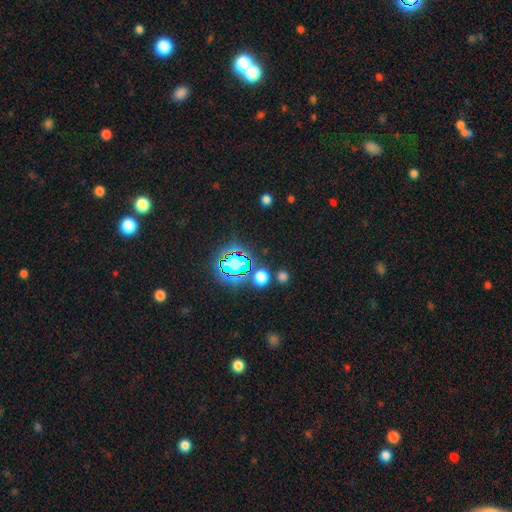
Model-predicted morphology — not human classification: Smooth or featured?
  - star or artifact: 81% *
  - smooth: 12%
  - featured or disk: 7%